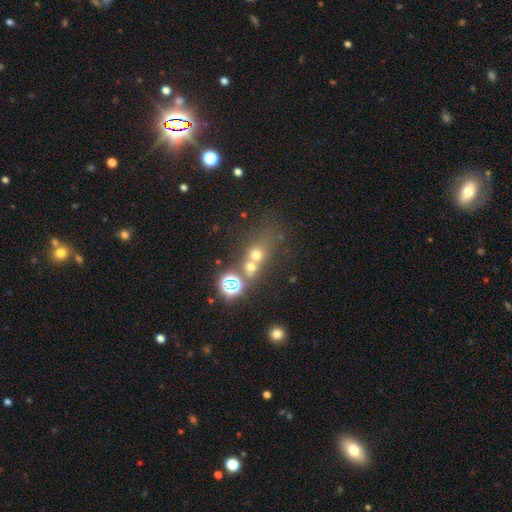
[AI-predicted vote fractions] Smooth or featured: smooth — 52% (star or artifact — 30%)
How rounded: round — 70% (in between — 27%)
Merging: none — 42% (merger — 41%)